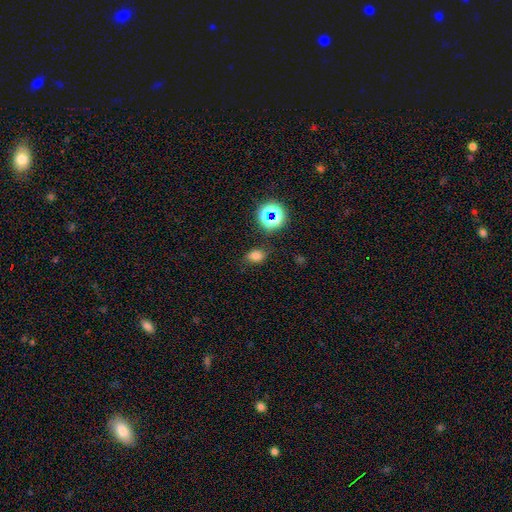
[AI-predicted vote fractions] Smooth or featured: smooth — 72% (star or artifact — 21%)
How rounded: in between — 71% (round — 28%)
Merging: none — 78% (minor disturbance — 15%)